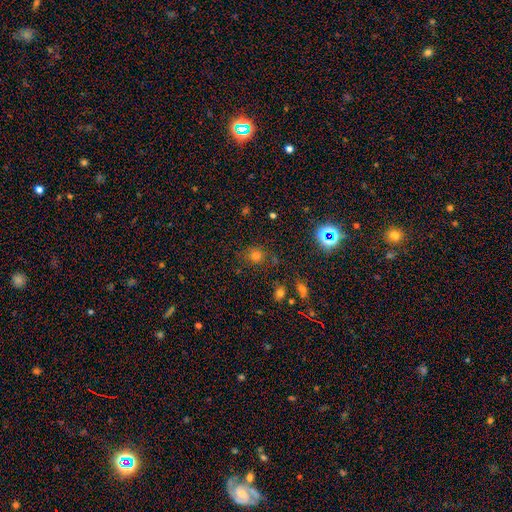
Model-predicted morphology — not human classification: smooth-or-featured: smooth: 65% | star or artifact: 29% | featured or disk: 6%
  how-rounded: round: 83% | in between: 16% | cigar-shaped: 1%
  merging: none: 81% | minor disturbance: 11% | major disturbance: 4% | merger: 4%